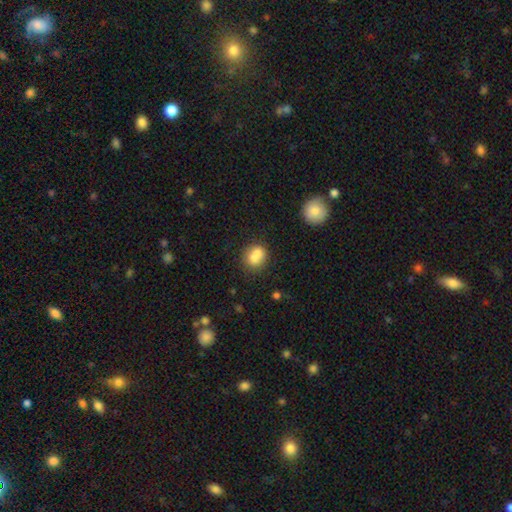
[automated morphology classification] smooth-or-featured: smooth: 74% | featured or disk: 17% | star or artifact: 10%
  how-rounded: round: 66% | in between: 33% | cigar-shaped: 1%
  merging: merger: 48% | none: 37% | minor disturbance: 11% | major disturbance: 4%